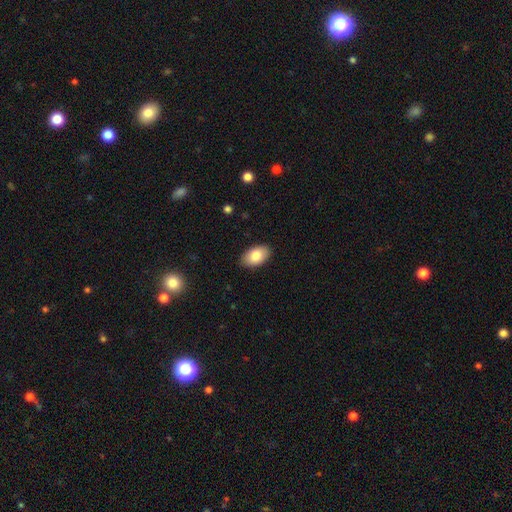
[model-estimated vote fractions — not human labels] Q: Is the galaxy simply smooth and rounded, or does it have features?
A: smooth — 83%.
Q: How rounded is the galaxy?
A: in between — 93%.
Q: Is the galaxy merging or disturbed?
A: none — 88%.